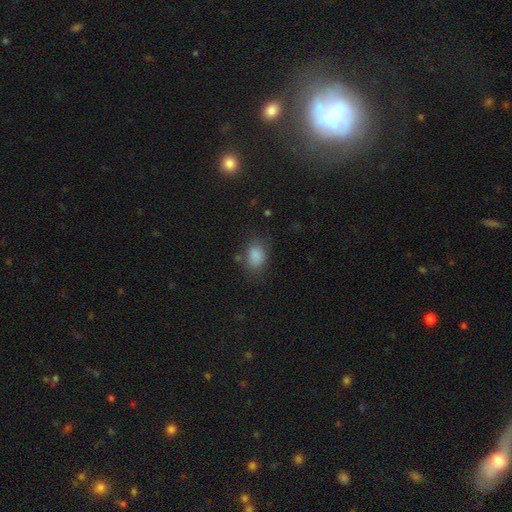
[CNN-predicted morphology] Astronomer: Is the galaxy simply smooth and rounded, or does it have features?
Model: smooth — 84%.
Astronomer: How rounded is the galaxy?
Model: in between — 73%.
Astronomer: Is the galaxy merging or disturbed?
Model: none — 68%.